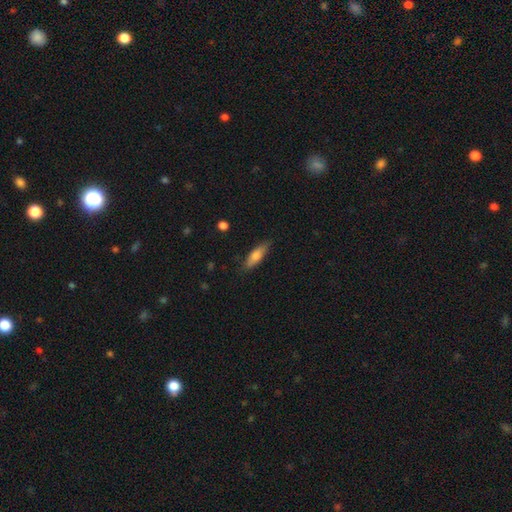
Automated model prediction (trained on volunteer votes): The model was most divided on "how rounded": cigar-shaped: 52%, in between: 46%, round: 2%. More confident: merging — none (82%); smooth or featured — smooth (71%).